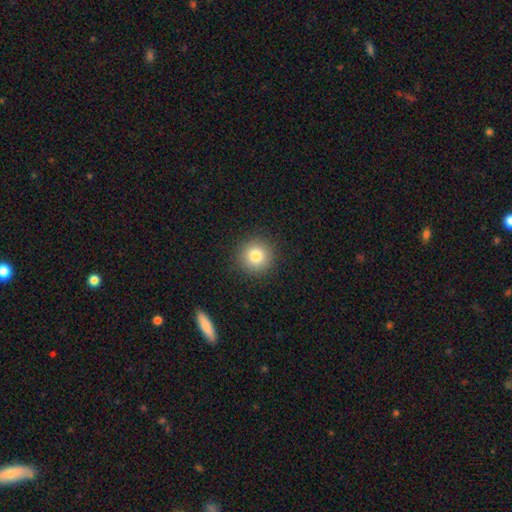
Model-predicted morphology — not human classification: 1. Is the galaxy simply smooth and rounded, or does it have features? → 82% smooth, 11% star or artifact, 7% featured or disk.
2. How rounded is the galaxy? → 95% round, 5% in between, 1% cigar-shaped.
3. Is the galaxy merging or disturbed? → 91% none, 6% minor disturbance, 2% major disturbance, 1% merger.